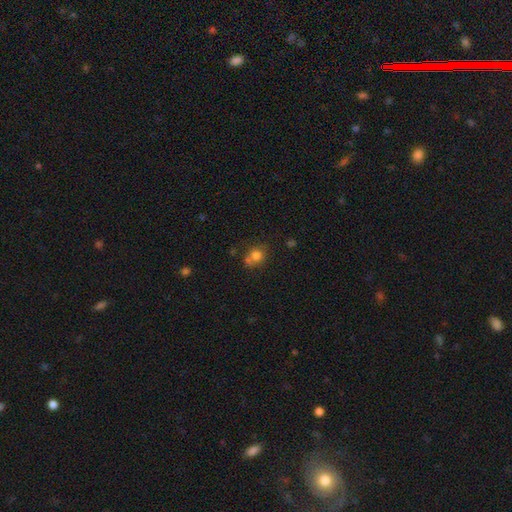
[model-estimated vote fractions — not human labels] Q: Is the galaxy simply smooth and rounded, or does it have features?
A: smooth — 75%.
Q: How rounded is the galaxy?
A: round — 74%.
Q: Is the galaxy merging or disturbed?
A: none — 49%.